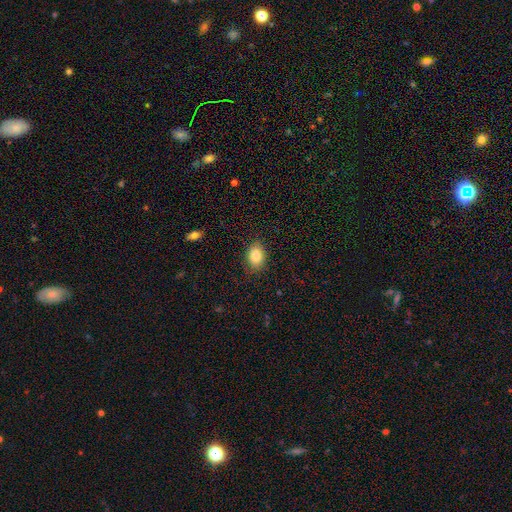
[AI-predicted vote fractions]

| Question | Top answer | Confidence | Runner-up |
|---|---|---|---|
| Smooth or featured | smooth | 85% | star or artifact (8%) |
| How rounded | in between | 77% | round (22%) |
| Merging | none | 84% | minor disturbance (12%) |